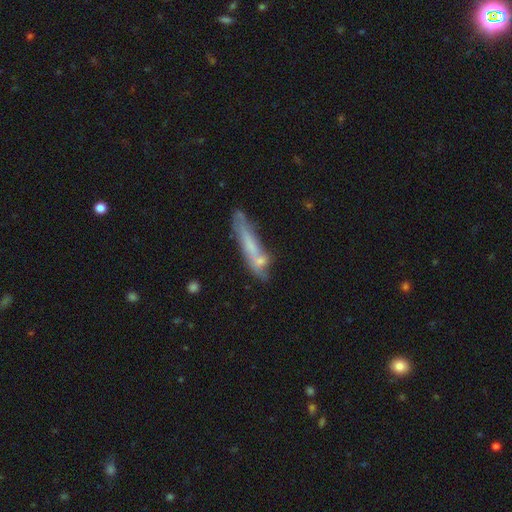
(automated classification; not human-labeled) smooth-or-featured: smooth: 52% | featured or disk: 39% | star or artifact: 8%
  how-rounded: cigar-shaped: 88% | in between: 10% | round: 2%
  merging: none: 50% | minor disturbance: 22% | merger: 17% | major disturbance: 11%